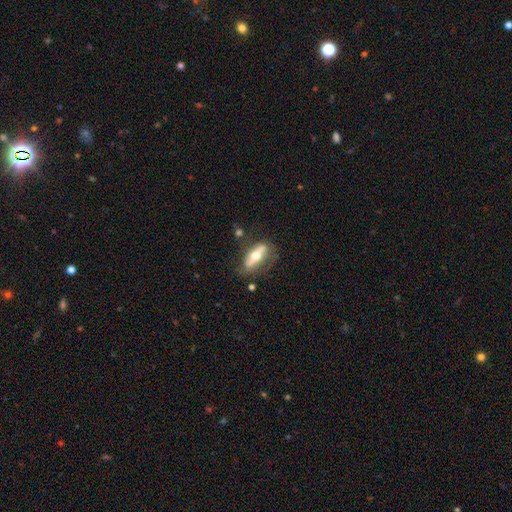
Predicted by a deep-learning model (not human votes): Smooth or featured?
  - featured or disk: 57% *
  - smooth: 37%
  - star or artifact: 6%
Edge-on disk?
  - yes: 51% *
  - no: 49%
Merging?
  - none: 63% *
  - minor disturbance: 22%
  - major disturbance: 10%
  - merger: 5%